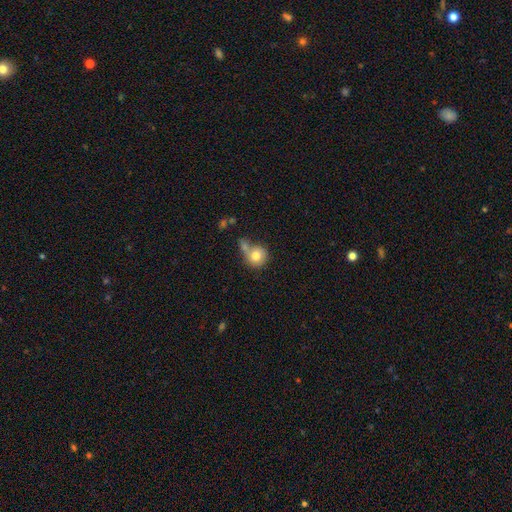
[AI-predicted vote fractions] The model was most divided on "merging": none: 42%, merger: 32%, minor disturbance: 16%, major disturbance: 10%. More confident: how rounded — round (85%); smooth or featured — smooth (78%).